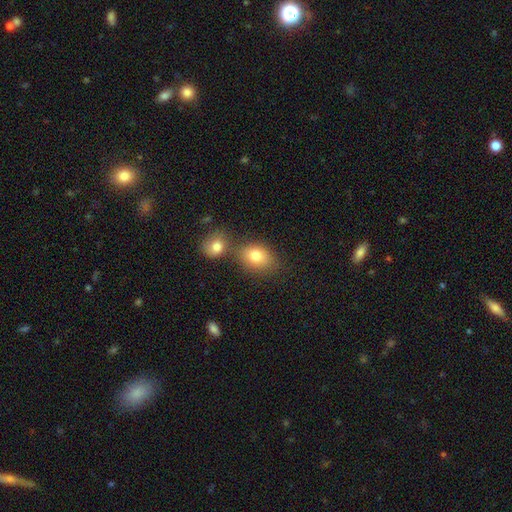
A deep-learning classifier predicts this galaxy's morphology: Smooth or featured: smooth — 79% (star or artifact — 10%)
How rounded: in between — 62% (round — 36%)
Merging: none — 57% (merger — 28%)